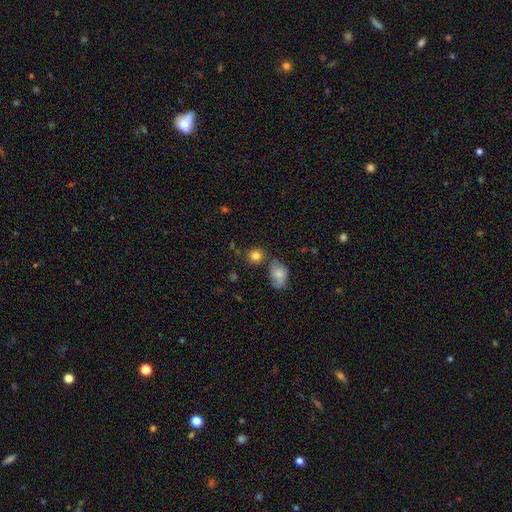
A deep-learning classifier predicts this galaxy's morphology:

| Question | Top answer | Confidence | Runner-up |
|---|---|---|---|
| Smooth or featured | smooth | 83% | star or artifact (10%) |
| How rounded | round | 78% | in between (21%) |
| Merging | none | 69% | merger (14%) |